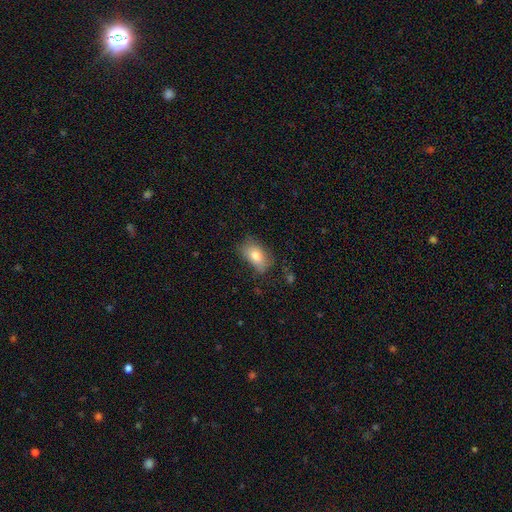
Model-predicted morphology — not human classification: smooth 78%, featured or disk 13%, star or artifact 8%. Down the decision tree: how rounded — in between (89%); merging — none (61%).